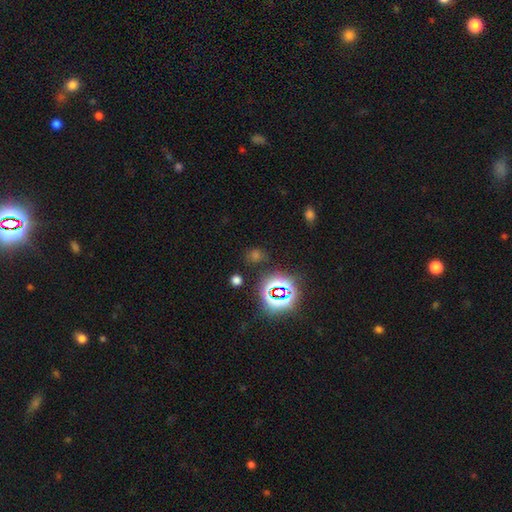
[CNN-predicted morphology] Smooth or featured? star or artifact (60%)